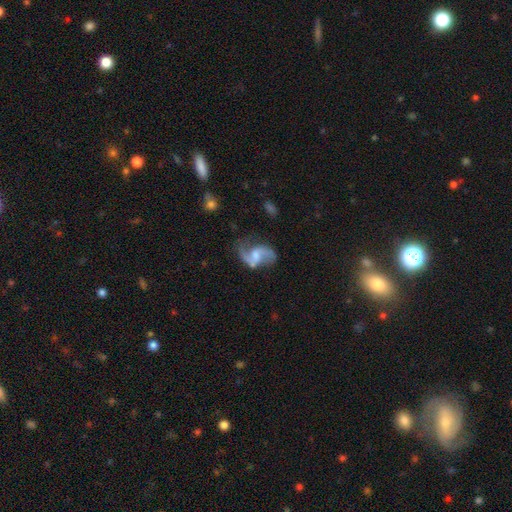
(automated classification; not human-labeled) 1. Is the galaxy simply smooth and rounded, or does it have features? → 86% featured or disk, 9% smooth, 6% star or artifact.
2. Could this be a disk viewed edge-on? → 98% no, 2% yes.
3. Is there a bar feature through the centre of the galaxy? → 51% weak, 33% no, 16% strong.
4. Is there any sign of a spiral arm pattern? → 95% yes, 5% no.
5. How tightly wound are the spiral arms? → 60% loose, 34% medium, 6% tight.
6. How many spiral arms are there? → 91% 2, 4% 1, 3% can't tell, 1% 3, 1% 4, 1% more than 4.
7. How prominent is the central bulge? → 33% small, 31% moderate, 28% none, 6% large, 1% dominant.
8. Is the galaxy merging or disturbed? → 63% none, 20% minor disturbance, 13% major disturbance, 4% merger.